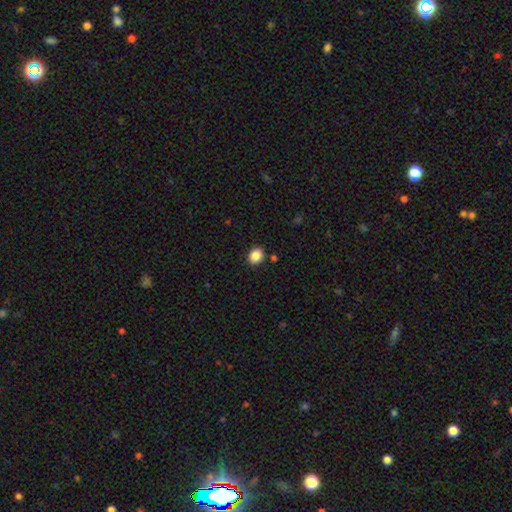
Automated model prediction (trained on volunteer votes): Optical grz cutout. It shows a smooth galaxy with no disk features (87%) that is round (57%). Merging: none (88%).